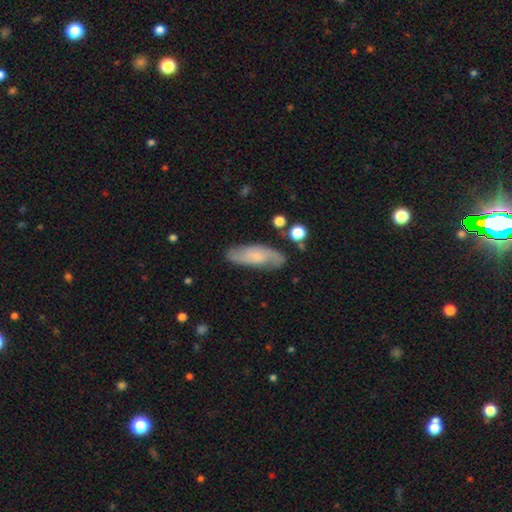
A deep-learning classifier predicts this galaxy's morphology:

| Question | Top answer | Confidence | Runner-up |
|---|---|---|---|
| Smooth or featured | featured or disk | 52% | smooth (41%) |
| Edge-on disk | no | 84% | yes (16%) |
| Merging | none | 77% | minor disturbance (16%) |